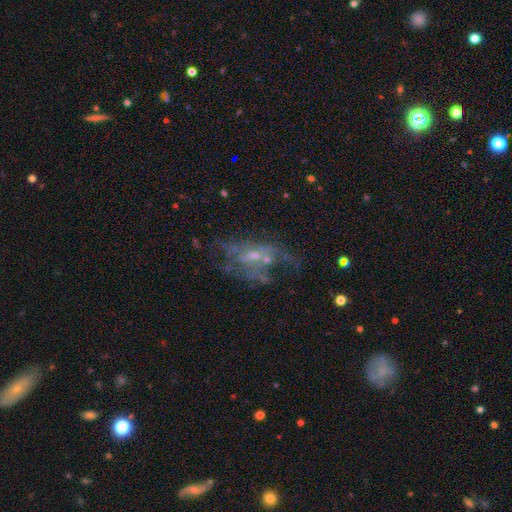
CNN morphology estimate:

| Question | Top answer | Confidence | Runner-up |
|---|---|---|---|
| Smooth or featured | featured or disk | 68% | smooth (19%) |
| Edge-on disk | no | 94% | yes (6%) |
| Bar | no | 65% | weak (29%) |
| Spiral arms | no | 58% | yes (42%) |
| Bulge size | small | 53% | moderate (27%) |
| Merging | none | 40% | major disturbance (31%) |